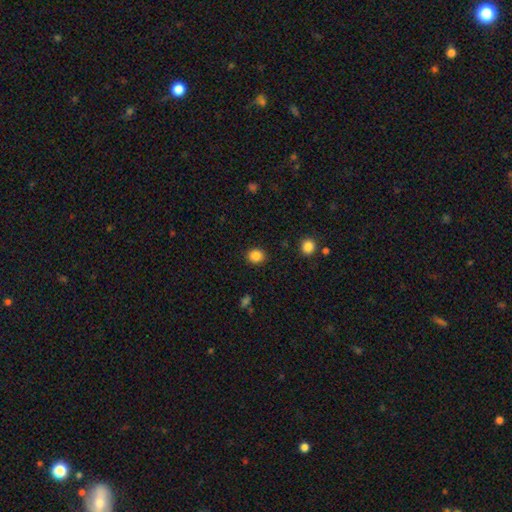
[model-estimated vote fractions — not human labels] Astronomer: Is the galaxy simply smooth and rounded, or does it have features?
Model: smooth — 87%.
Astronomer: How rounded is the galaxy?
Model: round — 77%.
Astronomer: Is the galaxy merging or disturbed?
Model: none — 90%.